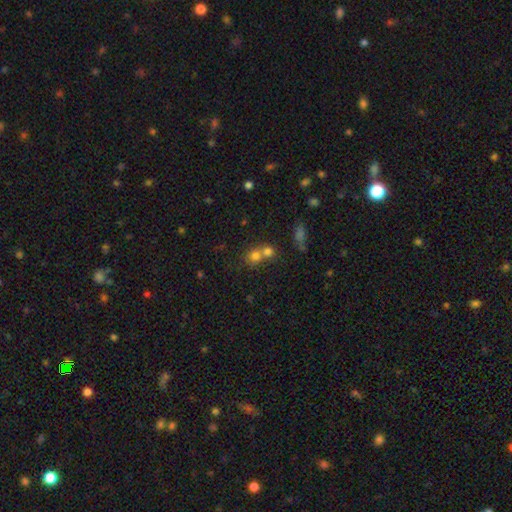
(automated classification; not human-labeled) Smooth or featured?
  - smooth: 74% *
  - star or artifact: 15%
  - featured or disk: 11%
How rounded?
  - round: 82% *
  - in between: 17%
  - cigar-shaped: 1%
Merging?
  - merger: 51% *
  - none: 40%
  - minor disturbance: 6%
  - major disturbance: 3%